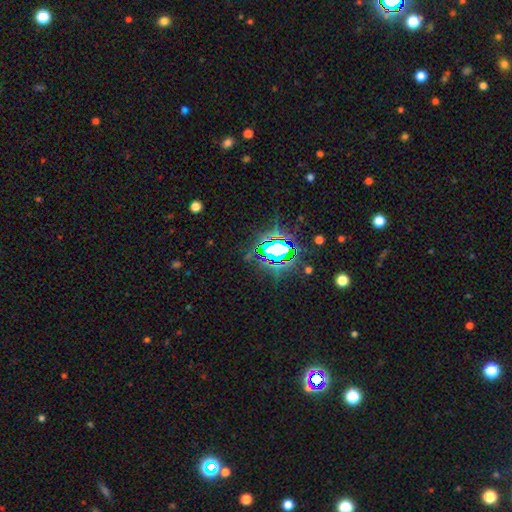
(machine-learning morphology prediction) Smooth or featured: star or artifact — 82% (smooth — 10%)